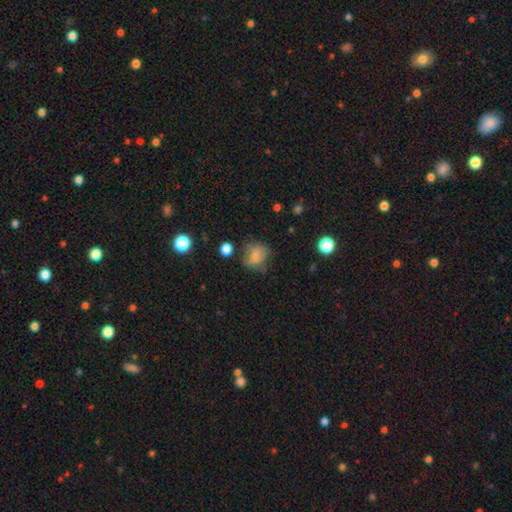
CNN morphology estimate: Overall: smooth (72%). How rounded: round (65%; in between 34%). Merging: none (57%; minor disturbance 26%).